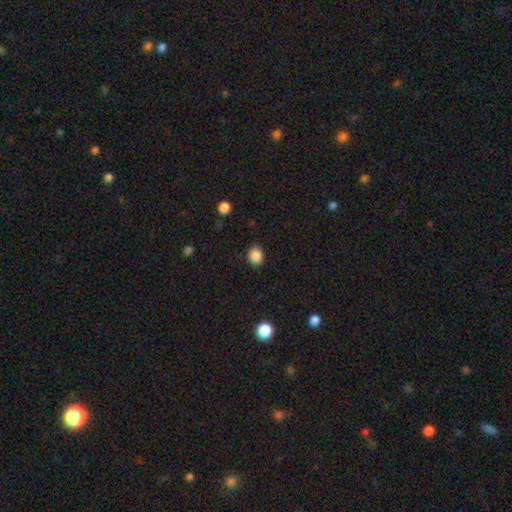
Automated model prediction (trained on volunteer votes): smooth_or_featured: smooth (p=0.87) [alt: star or artifact p=0.09]
how_rounded: round (p=0.54) [alt: in between p=0.45]
merging: none (p=0.88) [alt: minor disturbance p=0.09]